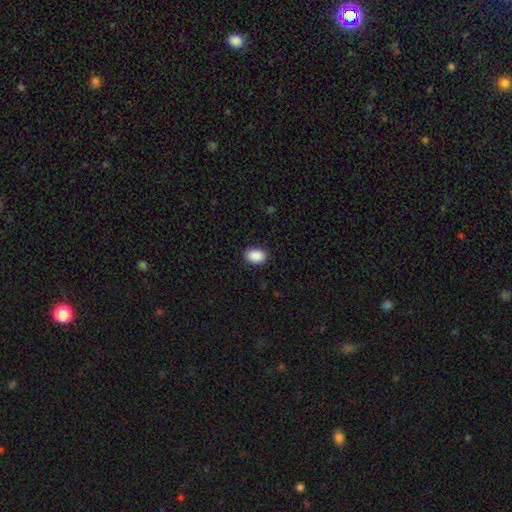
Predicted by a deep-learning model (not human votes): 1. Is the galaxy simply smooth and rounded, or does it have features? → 91% smooth, 7% star or artifact, 2% featured or disk.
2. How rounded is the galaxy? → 78% in between, 21% round, 1% cigar-shaped.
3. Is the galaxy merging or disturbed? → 90% none, 7% minor disturbance, 2% major disturbance, 1% merger.